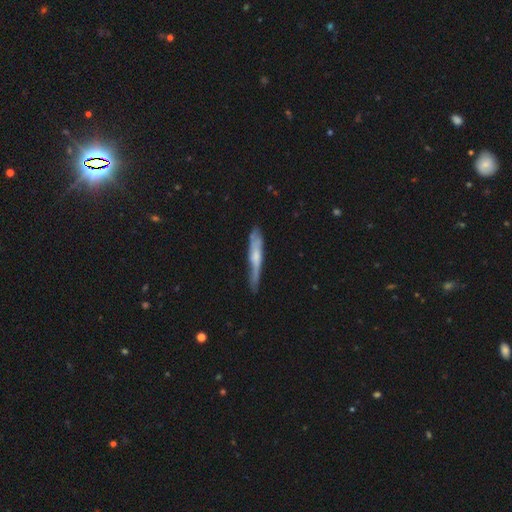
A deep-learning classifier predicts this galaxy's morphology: Overall: featured or disk (52%; smooth 42%). Edge-on disk: yes (79%). Merging: none (58%; minor disturbance 30%).